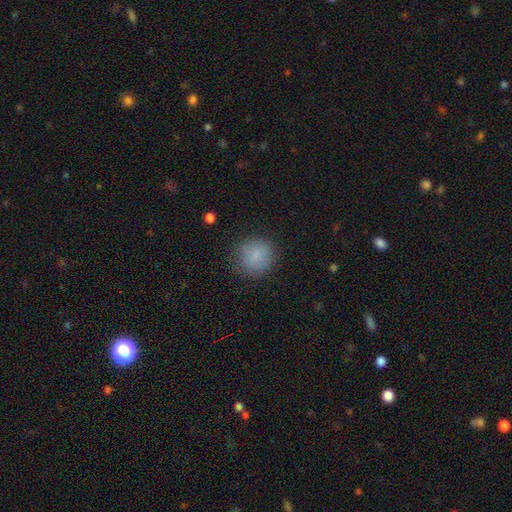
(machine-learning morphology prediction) Smooth or featured: smooth — 85% (star or artifact — 9%)
How rounded: round — 88% (in between — 11%)
Merging: none — 81% (minor disturbance — 13%)